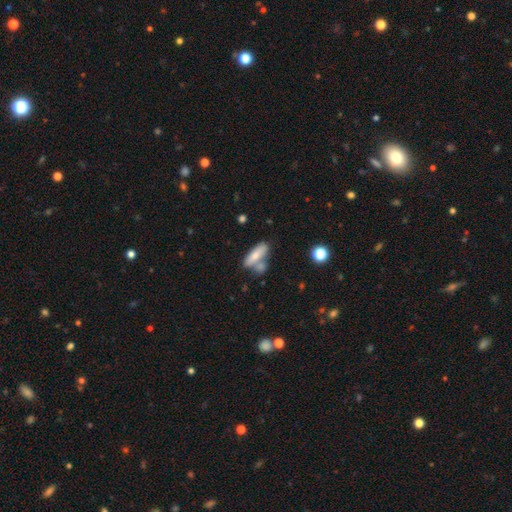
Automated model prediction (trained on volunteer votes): Smooth or featured? smooth (69%)
How rounded? in between (51%)
Merging? none (48%)